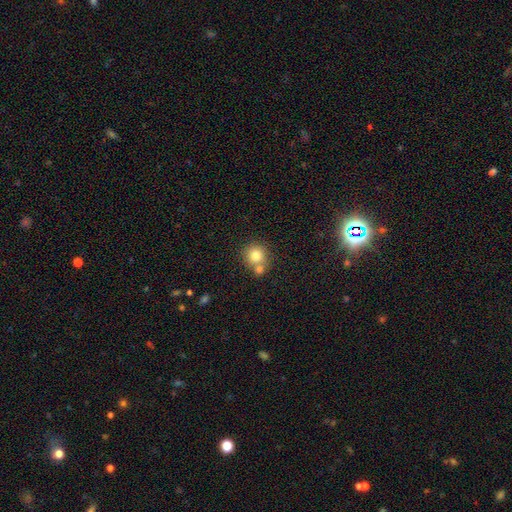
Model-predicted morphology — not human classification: Smooth or featured?
  - smooth: 79% *
  - featured or disk: 11%
  - star or artifact: 10%
How rounded?
  - round: 90% *
  - in between: 9%
  - cigar-shaped: 1%
Merging?
  - none: 54% *
  - merger: 36%
  - minor disturbance: 8%
  - major disturbance: 2%